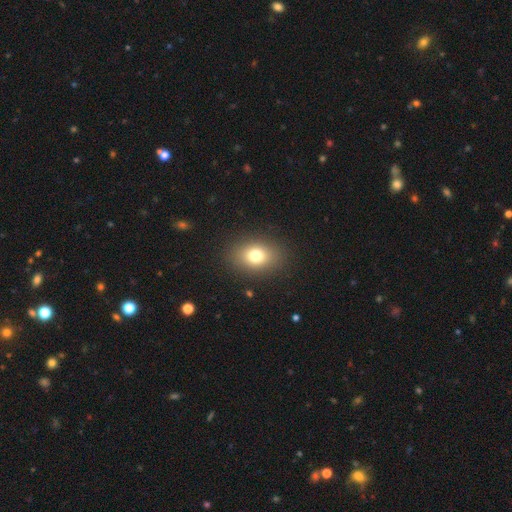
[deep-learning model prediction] Smooth or featured: smooth — 77% (star or artifact — 12%)
How rounded: in between — 68% (round — 31%)
Merging: none — 87% (minor disturbance — 8%)